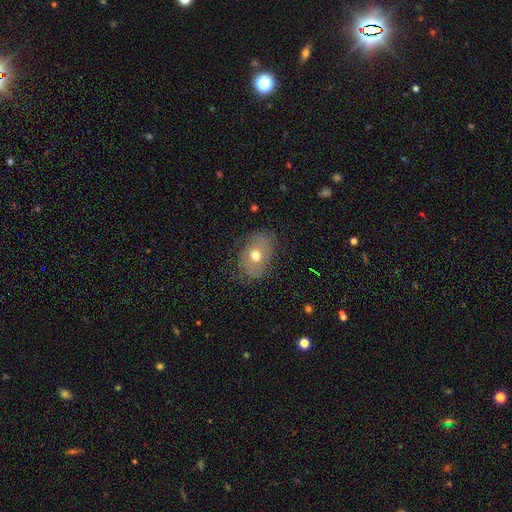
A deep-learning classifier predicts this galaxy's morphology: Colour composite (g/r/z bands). It shows a smooth galaxy with no disk features (55%) that is in between round and cigar-shaped (72%). Merging: none (69%).